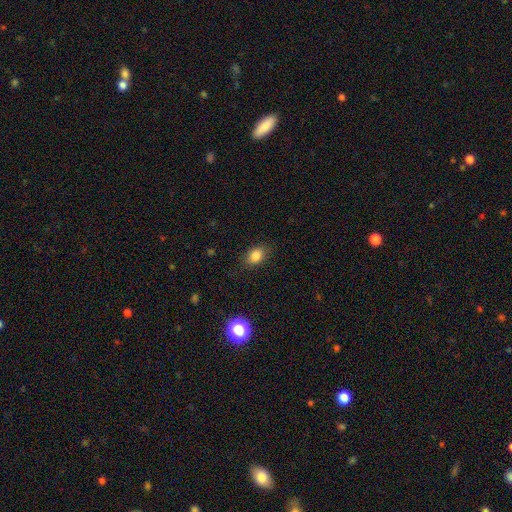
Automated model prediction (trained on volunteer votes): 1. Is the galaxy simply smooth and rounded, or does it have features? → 83% smooth, 11% star or artifact, 6% featured or disk.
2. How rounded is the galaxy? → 75% in between, 23% round, 2% cigar-shaped.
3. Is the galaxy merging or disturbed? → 83% none, 13% minor disturbance, 3% major disturbance, 1% merger.